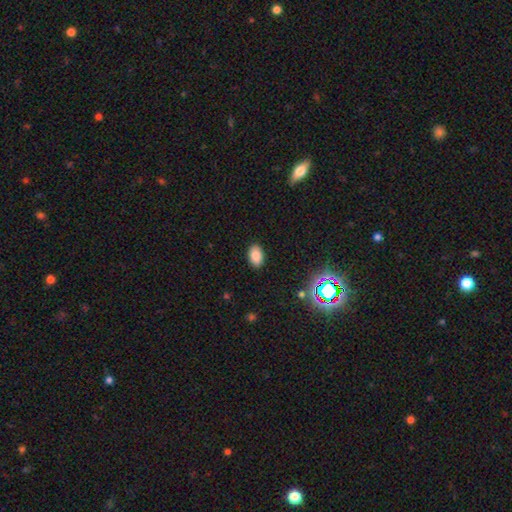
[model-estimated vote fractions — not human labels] Smooth or featured?
  - smooth: 85% *
  - star or artifact: 10%
  - featured or disk: 5%
How rounded?
  - in between: 91% *
  - round: 7%
  - cigar-shaped: 1%
Merging?
  - none: 89% *
  - minor disturbance: 8%
  - major disturbance: 2%
  - merger: 1%